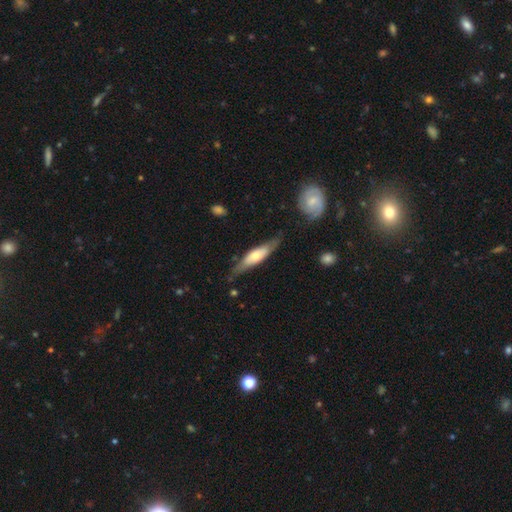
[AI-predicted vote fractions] Smooth or featured? Predicted: smooth (p=0.48). Merging? Predicted: none (p=0.73).